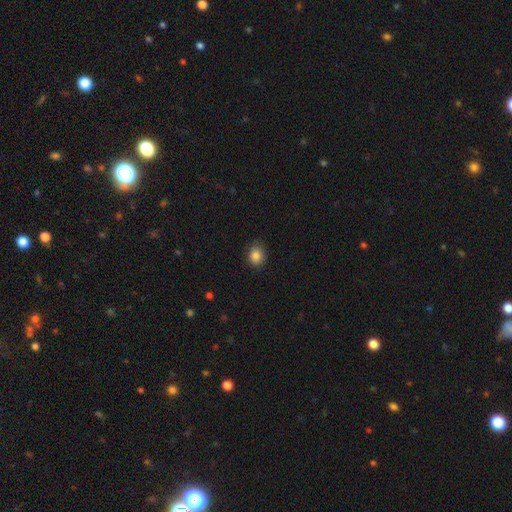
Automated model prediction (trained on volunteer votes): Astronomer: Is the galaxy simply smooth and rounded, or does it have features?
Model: smooth — 86%.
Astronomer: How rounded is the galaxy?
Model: round — 58% (runner-up: in between, 41%).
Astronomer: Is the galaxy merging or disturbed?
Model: none — 81%.